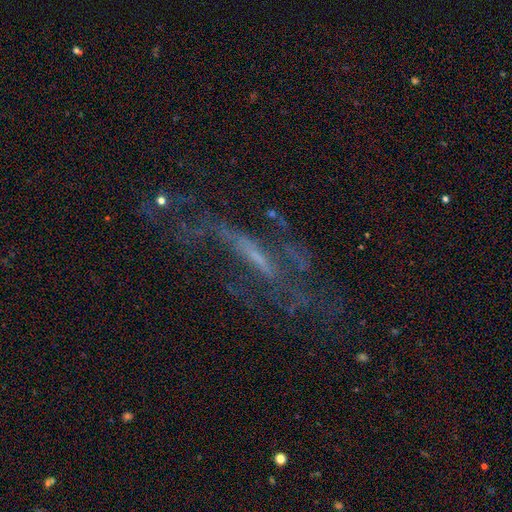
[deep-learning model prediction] The model was most divided on "merging": none: 47%, major disturbance: 31%, minor disturbance: 17%, merger: 4%. More confident: edge-on disk — no (71%); smooth or featured — featured or disk (63%).